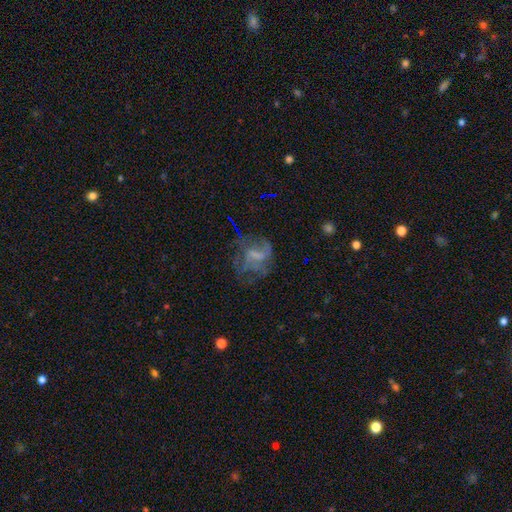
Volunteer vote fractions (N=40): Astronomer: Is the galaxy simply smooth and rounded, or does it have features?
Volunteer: featured or disk — 70%.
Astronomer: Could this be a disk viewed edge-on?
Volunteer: no — 100%.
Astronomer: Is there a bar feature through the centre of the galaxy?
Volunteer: weak — 54% (runner-up: no, 36%).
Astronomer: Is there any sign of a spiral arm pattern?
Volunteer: yes — 50%, tied with no at 50%.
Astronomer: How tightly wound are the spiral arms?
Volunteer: loose — 64%.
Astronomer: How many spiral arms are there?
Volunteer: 2 — 50% (runner-up: can't tell, 36%).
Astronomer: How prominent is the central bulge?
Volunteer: none — 64%.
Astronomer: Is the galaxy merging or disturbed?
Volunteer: major disturbance — 49% (runner-up: none, 43%).